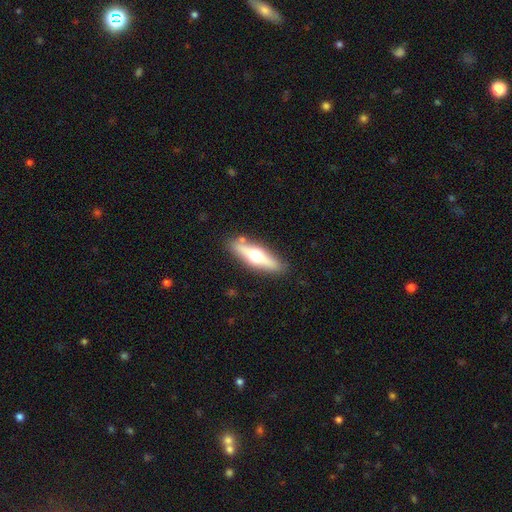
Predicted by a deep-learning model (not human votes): featured or disk 55%, smooth 39%, star or artifact 6%. Down the decision tree: edge-on disk — yes (91%); merging — none (84%).